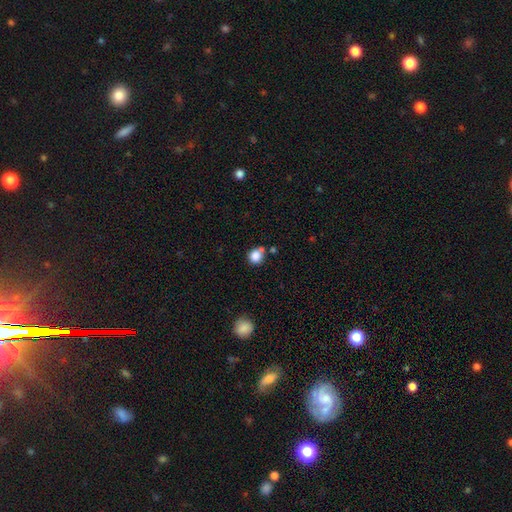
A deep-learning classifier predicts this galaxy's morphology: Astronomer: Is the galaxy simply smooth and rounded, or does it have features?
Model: smooth — 84%.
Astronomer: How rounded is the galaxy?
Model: round — 80%.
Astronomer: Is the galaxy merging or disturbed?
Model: none — 55%.